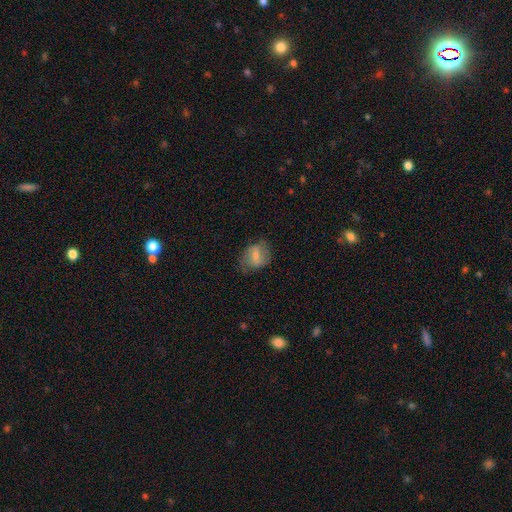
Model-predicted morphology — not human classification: Overall: smooth (53%; featured or disk 39%). How rounded: in between (61%; round 37%). Merging: none (64%; minor disturbance 24%).